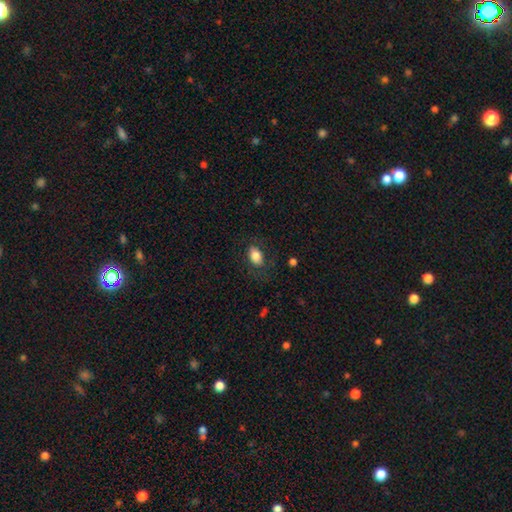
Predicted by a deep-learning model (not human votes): smooth-or-featured: smooth: 82% | featured or disk: 10% | star or artifact: 8%
  how-rounded: in between: 83% | round: 16% | cigar-shaped: 1%
  merging: none: 75% | minor disturbance: 16% | major disturbance: 8% | merger: 1%